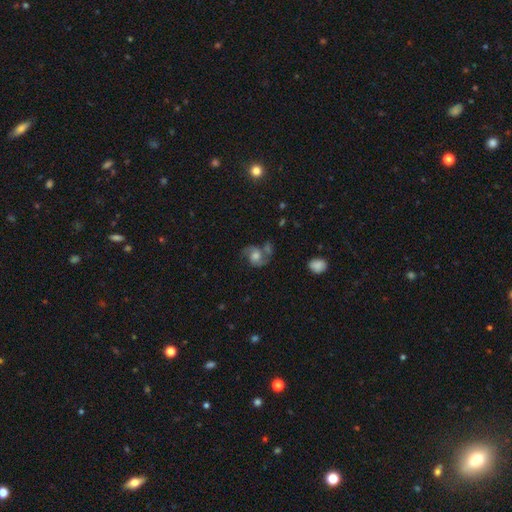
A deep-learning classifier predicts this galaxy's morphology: A featured or disk galaxy (73%) with no bar (65%), 2 (89%) medium (53%) spiral arms (93%) and a moderate central bulge (51%).

Vote fractions:
- Smooth or featured? featured or disk: 73% / smooth: 19% / star or artifact: 8%
- Edge-on disk? no: 98% / yes: 2%
- Bar? no: 65% / weak: 29% / strong: 6%
- Spiral arms? yes: 93% / no: 7%
- Spiral winding? medium: 53% / loose: 32% / tight: 15%
- Spiral arm count? 2: 89% / can't tell: 4% / 1: 3% / 3: 1% / 4: 1% / more than 4: 1%
- Bulge size? moderate: 51% / large: 26% / small: 15% / none: 6% / dominant: 3%
- Merging? none: 53% / minor disturbance: 18% / merger: 17% / major disturbance: 13%